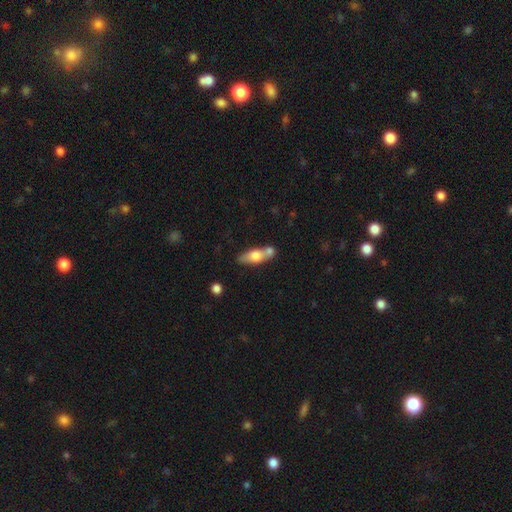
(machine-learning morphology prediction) smooth-or-featured: smooth: 62% | featured or disk: 31% | star or artifact: 6%
  how-rounded: in between: 60% | cigar-shaped: 35% | round: 4%
  merging: none: 50% | merger: 32% | minor disturbance: 14% | major disturbance: 4%